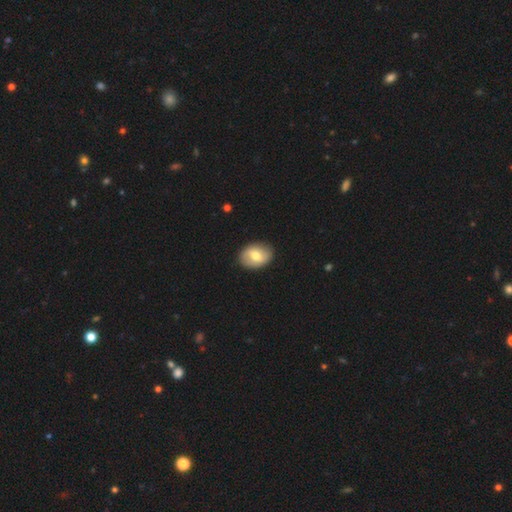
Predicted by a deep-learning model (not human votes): smooth 63%, featured or disk 30%, star or artifact 6%. Down the decision tree: how rounded — in between (69%); merging — none (88%).